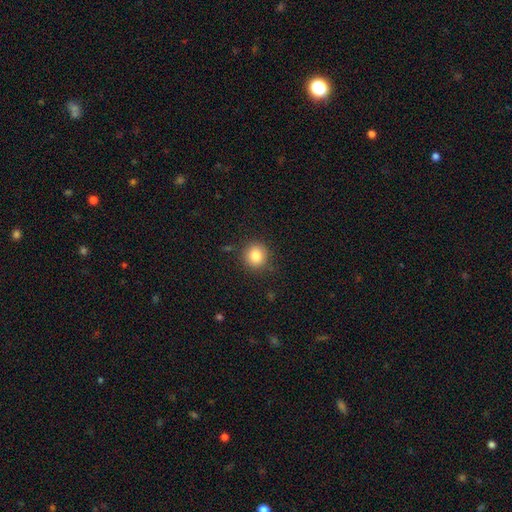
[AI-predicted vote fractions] Smooth or featured? Predicted: smooth (p=0.82). How rounded? Predicted: round (p=0.90). Merging? Predicted: none (p=0.87).